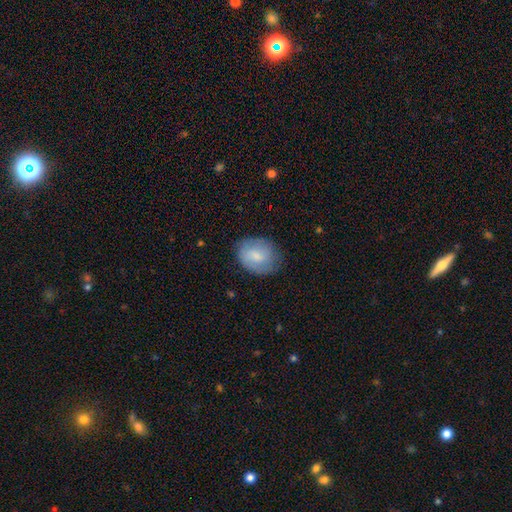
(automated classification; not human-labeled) Smooth or featured? Predicted: smooth (p=0.71). How rounded? Predicted: in between (p=0.59). Merging? Predicted: none (p=0.72).